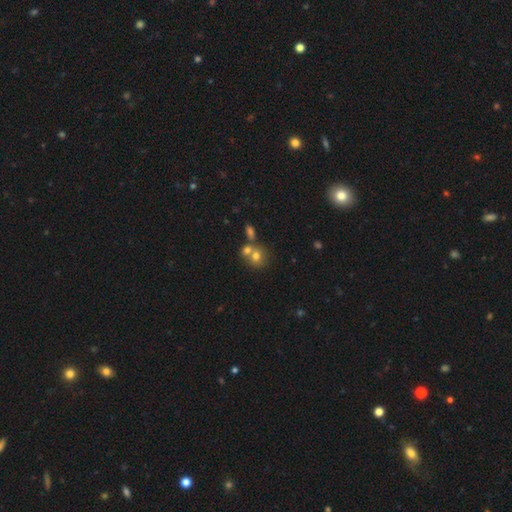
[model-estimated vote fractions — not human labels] Smooth or featured? smooth (70%)
How rounded? round (75%)
Merging? merger (47%)